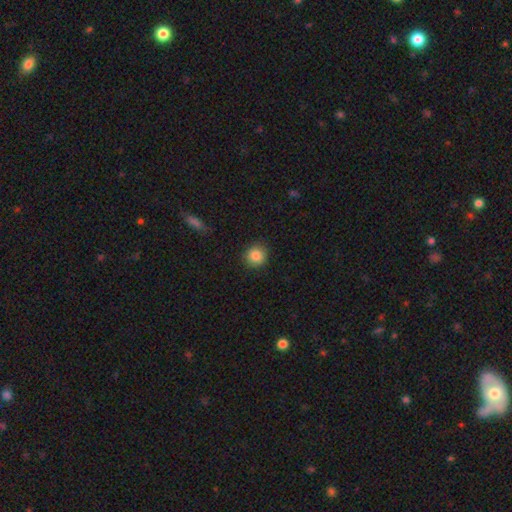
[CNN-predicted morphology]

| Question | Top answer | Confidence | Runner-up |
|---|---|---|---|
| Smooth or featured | smooth | 87% | star or artifact (9%) |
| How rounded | round | 89% | in between (9%) |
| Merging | none | 88% | minor disturbance (9%) |